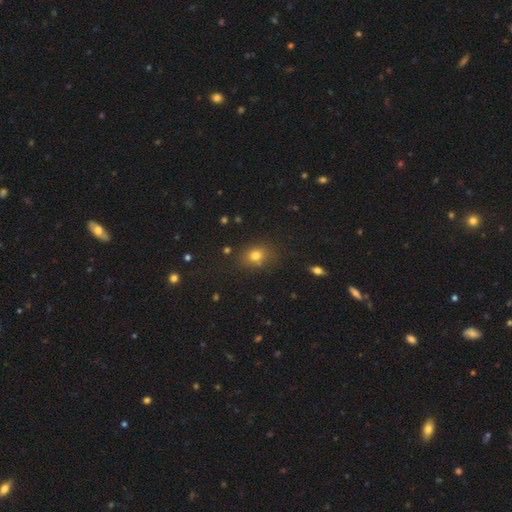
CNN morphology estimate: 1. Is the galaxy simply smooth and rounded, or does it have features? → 75% smooth, 16% star or artifact, 9% featured or disk.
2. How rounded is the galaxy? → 51% in between, 47% round, 1% cigar-shaped.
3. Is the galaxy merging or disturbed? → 78% none, 14% minor disturbance, 5% major disturbance, 4% merger.